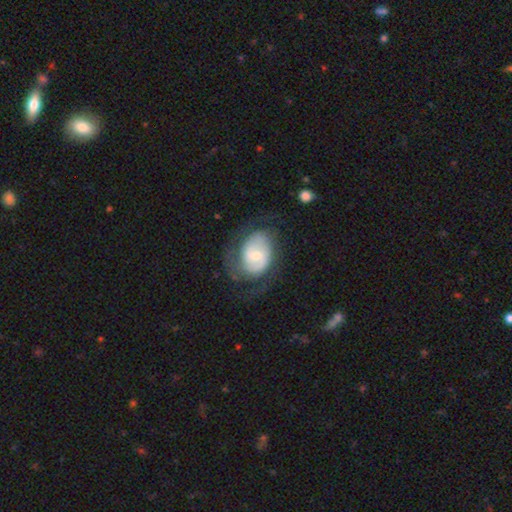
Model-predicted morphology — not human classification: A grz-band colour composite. It shows a featured or disk galaxy (67%) with no bar (55%), 2 (56%) tight (42%) spiral arms (84%) and a small central bulge (52%). Merging: none (57%).